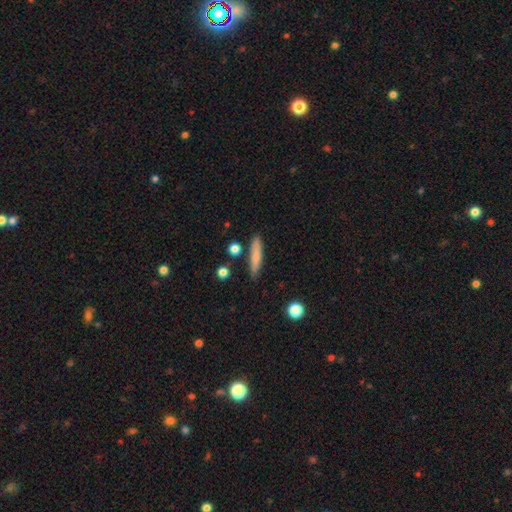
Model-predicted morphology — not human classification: Smooth or featured? Predicted: smooth (p=0.73). How rounded? Predicted: cigar-shaped (p=0.88). Merging? Predicted: none (p=0.84).